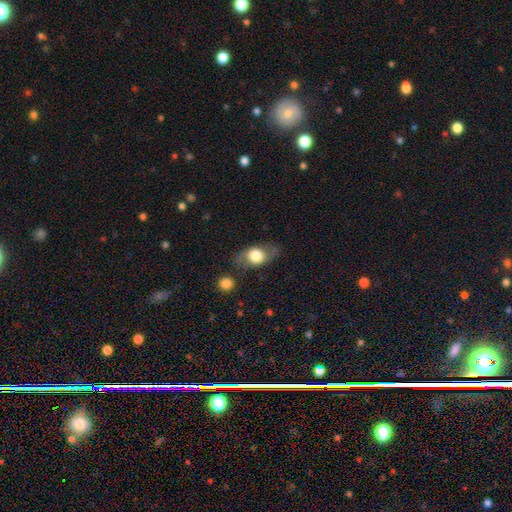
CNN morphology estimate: smooth_or_featured: smooth (p=0.64) [alt: featured or disk p=0.29]
how_rounded: in between (p=0.75) [alt: round p=0.21]
merging: none (p=0.71) [alt: minor disturbance p=0.18]